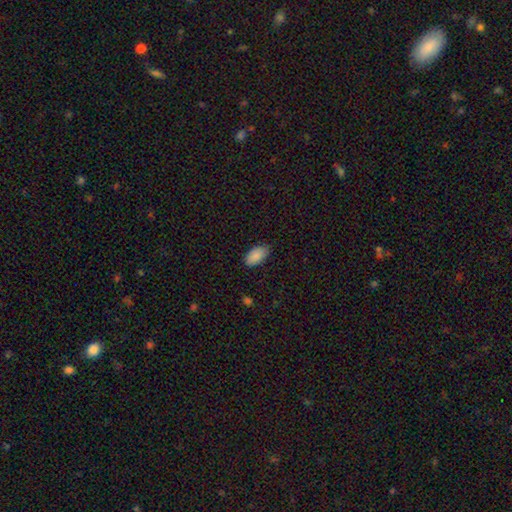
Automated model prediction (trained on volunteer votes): smooth-or-featured: smooth: 89% | star or artifact: 7% | featured or disk: 4%
  how-rounded: in between: 95% | cigar-shaped: 3% | round: 3%
  merging: none: 83% | minor disturbance: 14% | major disturbance: 2% | merger: 1%